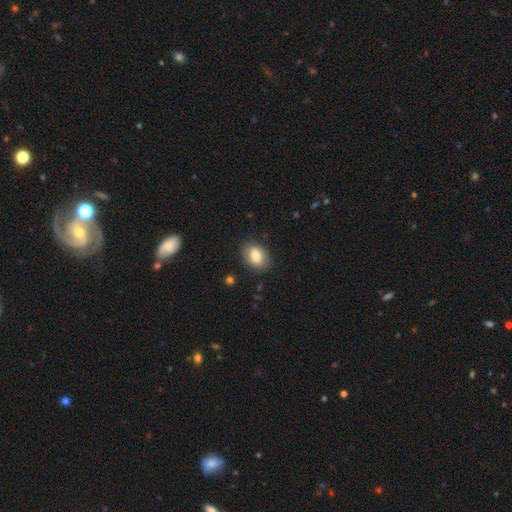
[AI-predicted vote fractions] smooth 80%, featured or disk 12%, star or artifact 8%. Down the decision tree: how rounded — in between (75%); merging — none (83%).